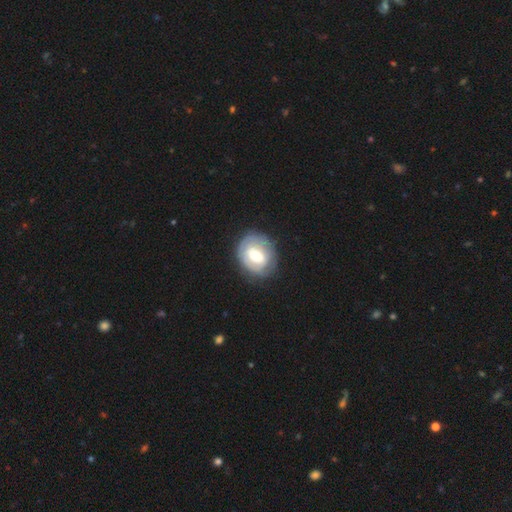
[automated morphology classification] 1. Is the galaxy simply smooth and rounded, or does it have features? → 56% featured or disk, 38% smooth, 6% star or artifact.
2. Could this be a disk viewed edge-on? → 95% no, 5% yes.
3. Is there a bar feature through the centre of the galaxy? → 46% weak, 27% strong, 27% no.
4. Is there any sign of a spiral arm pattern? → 53% yes, 47% no.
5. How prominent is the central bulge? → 62% moderate, 18% large, 17% small, 2% dominant, 1% none.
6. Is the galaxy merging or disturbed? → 73% none, 18% minor disturbance, 7% major disturbance, 1% merger.